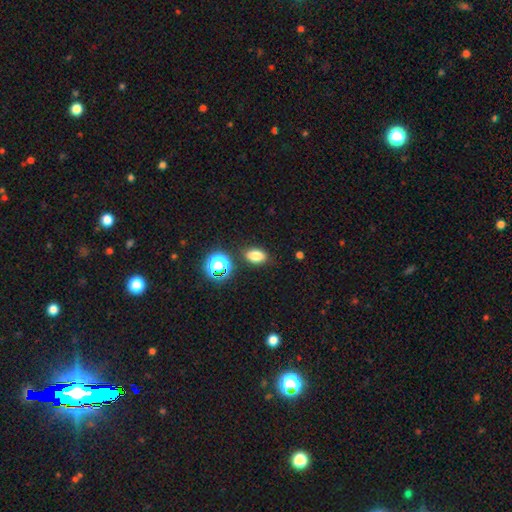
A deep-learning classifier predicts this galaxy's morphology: Overall: smooth (79%). How rounded: in between (81%). Merging: none (83%).